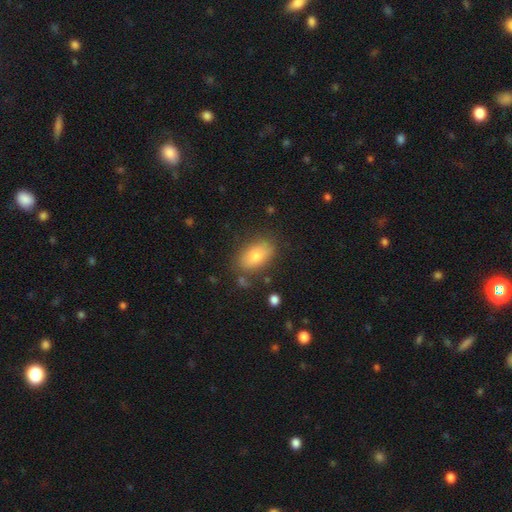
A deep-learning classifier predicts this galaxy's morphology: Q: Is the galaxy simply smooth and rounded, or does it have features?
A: smooth — 78%.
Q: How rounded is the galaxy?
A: in between — 91%.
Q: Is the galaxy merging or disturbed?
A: none — 80%.